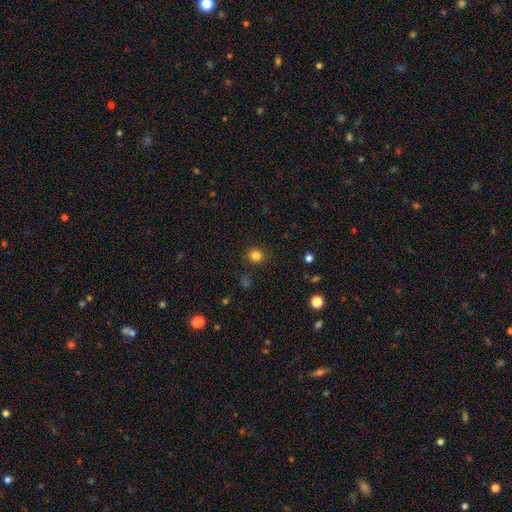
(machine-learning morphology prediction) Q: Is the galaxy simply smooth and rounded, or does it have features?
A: smooth — 83%.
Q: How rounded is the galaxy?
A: round — 83%.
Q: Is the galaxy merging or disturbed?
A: none — 88%.